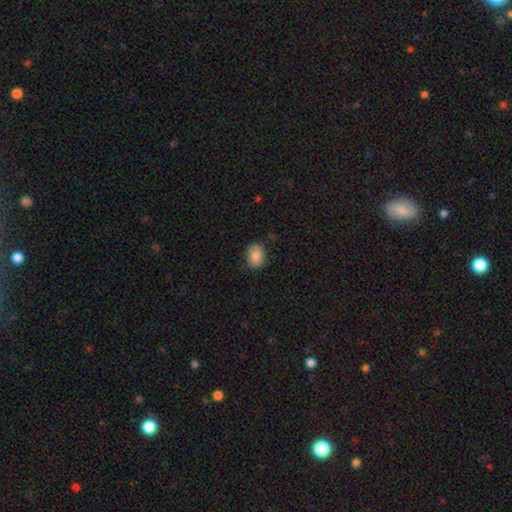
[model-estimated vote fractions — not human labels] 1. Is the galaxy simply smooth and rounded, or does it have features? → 83% smooth, 9% featured or disk, 8% star or artifact.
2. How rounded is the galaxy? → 59% in between, 40% round, 1% cigar-shaped.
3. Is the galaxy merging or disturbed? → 82% none, 14% minor disturbance, 3% major disturbance, 1% merger.